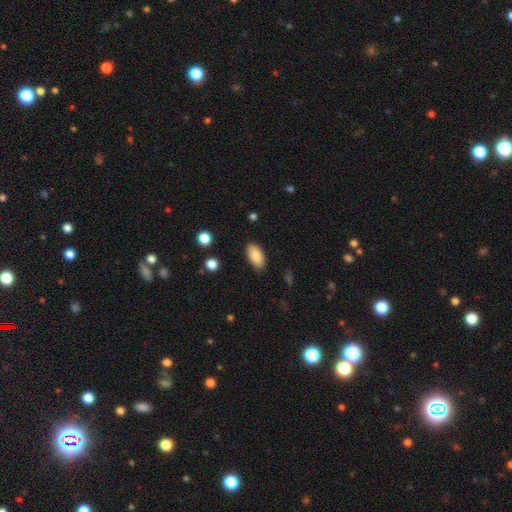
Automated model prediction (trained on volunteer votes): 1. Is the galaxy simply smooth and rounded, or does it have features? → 86% smooth, 8% featured or disk, 7% star or artifact.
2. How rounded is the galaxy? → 94% in between, 4% cigar-shaped, 3% round.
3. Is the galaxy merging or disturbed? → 86% none, 11% minor disturbance, 2% major disturbance, 1% merger.